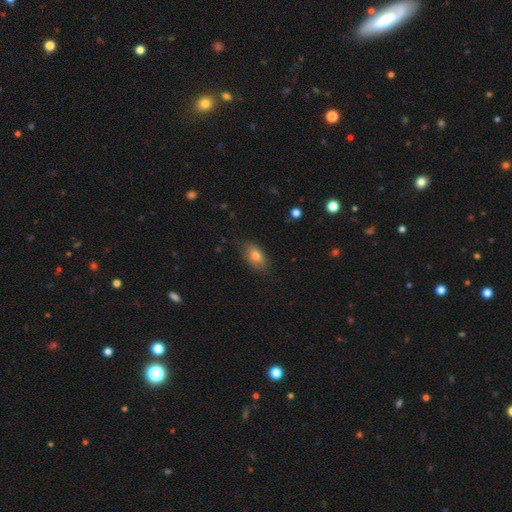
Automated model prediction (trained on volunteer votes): Morphology: type=smooth (78%); roundness=in between (89%); merging=none (79%).